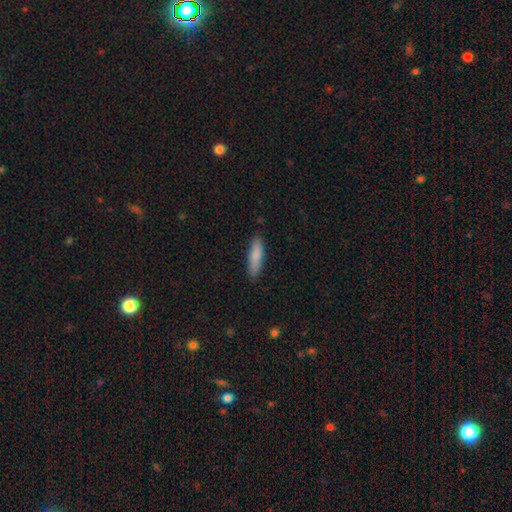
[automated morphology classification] type=smooth (84%); roundness=cigar-shaped (65%); merging=none (86%).